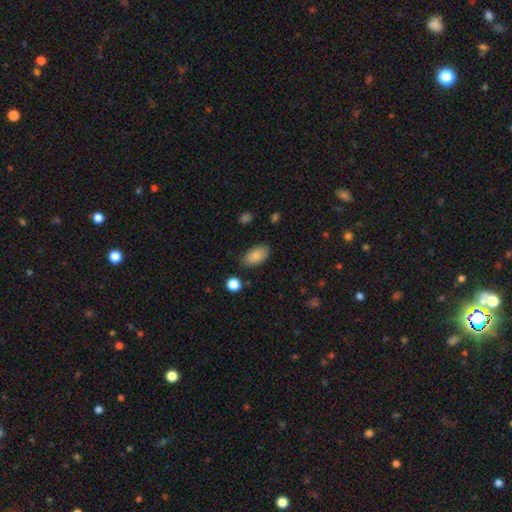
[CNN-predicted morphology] This is clearly a smooth galaxy (85%). How rounded: clearly in between (93%). Merging: likely none (80%).